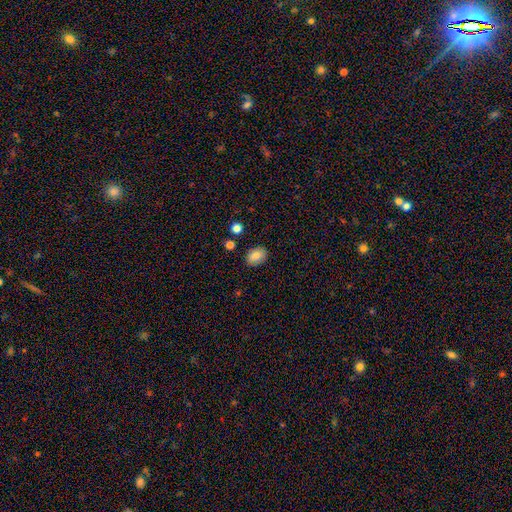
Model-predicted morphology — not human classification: The model was most divided on "how rounded": in between: 74%, round: 25%, cigar-shaped: 1%. More confident: merging — none (84%); smooth or featured — smooth (83%).